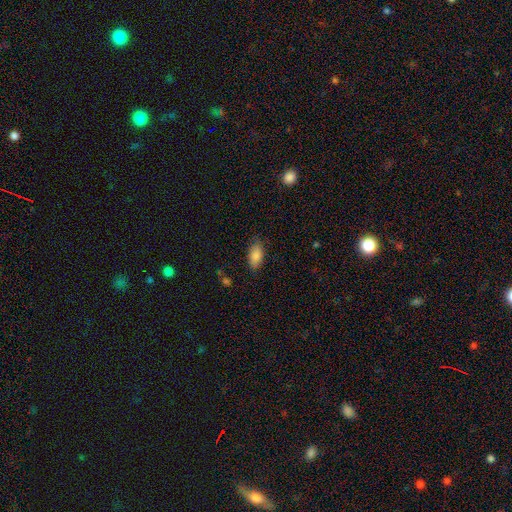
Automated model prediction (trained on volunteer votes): smooth_or_featured: smooth (p=0.86) [alt: star or artifact p=0.07]
how_rounded: in between (p=0.91) [alt: cigar-shaped p=0.05]
merging: none (p=0.82) [alt: minor disturbance p=0.14]